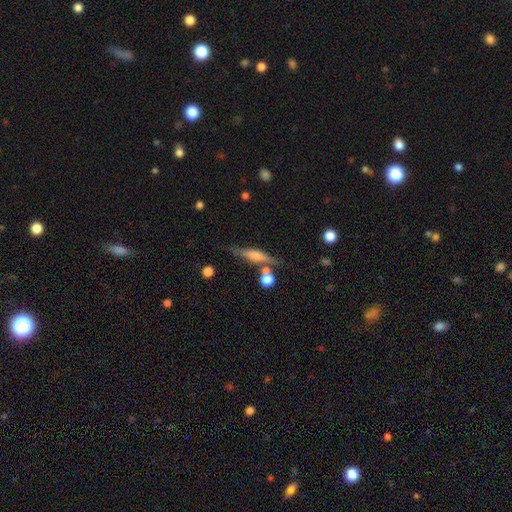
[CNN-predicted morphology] Smooth or featured: featured or disk — 63% (smooth — 28%)
Edge-on disk: yes — 96% (no — 4%)
Edge-on bulge: rounded — 68% (boxy — 18%)
Merging: none — 78% (minor disturbance — 12%)